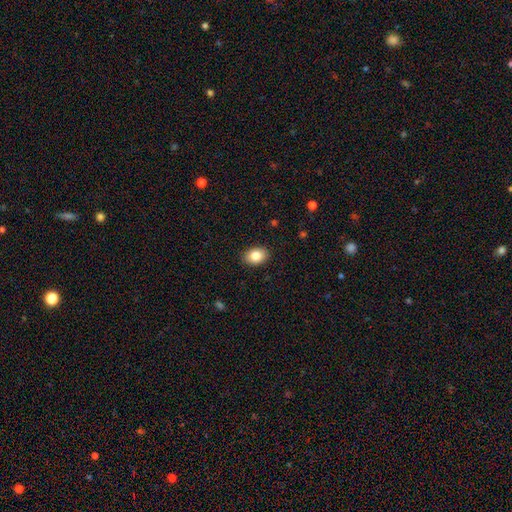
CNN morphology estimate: smooth 85%, star or artifact 8%, featured or disk 7%. Down the decision tree: how rounded — in between (77%); merging — none (89%).